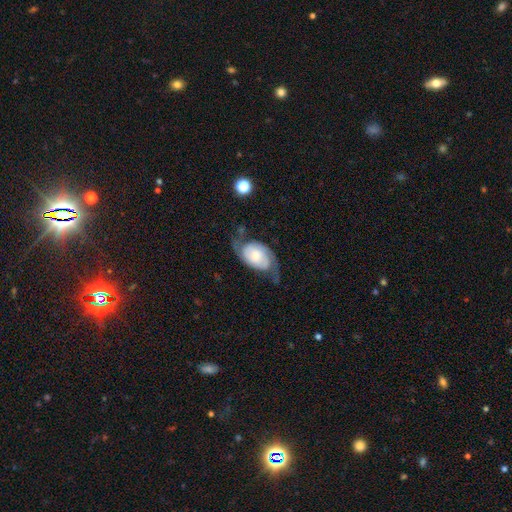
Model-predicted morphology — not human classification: smooth-or-featured: featured or disk: 76% | smooth: 18% | star or artifact: 6%
  disk-edge-on: no: 96% | yes: 4%
    bar: no: 65% | weak: 28% | strong: 7%
    has-spiral-arms: yes: 92% | no: 8%
      spiral-winding: medium: 40% | loose: 31% | tight: 29%
      spiral-arm-count: 2: 88% | can't tell: 6% | 1: 2% | 3: 1% | 4: 1% | more than 4: 1%
    bulge-size: small: 43% | moderate: 35% | large: 12% | none: 6% | dominant: 4%
  merging: none: 55% | minor disturbance: 24% | major disturbance: 19% | merger: 2%